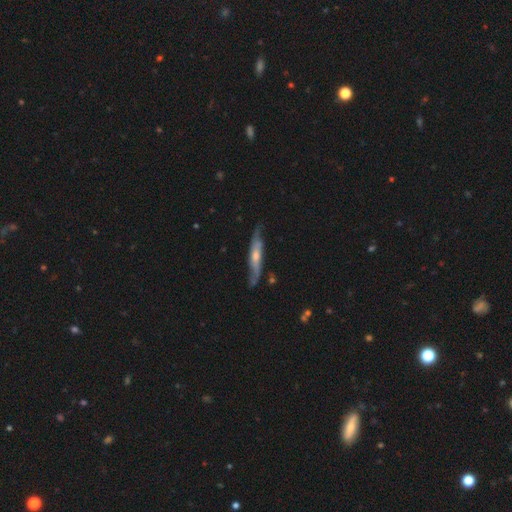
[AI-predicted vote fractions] Smooth or featured? featured or disk (71%)
Edge-on disk? yes (66%)
Merging? none (73%)